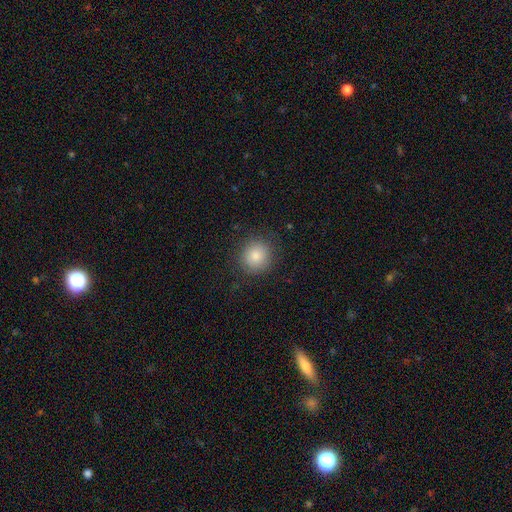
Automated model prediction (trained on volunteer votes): A smooth galaxy with no disk features (84%) that is round (90%). Merging: none (86%).